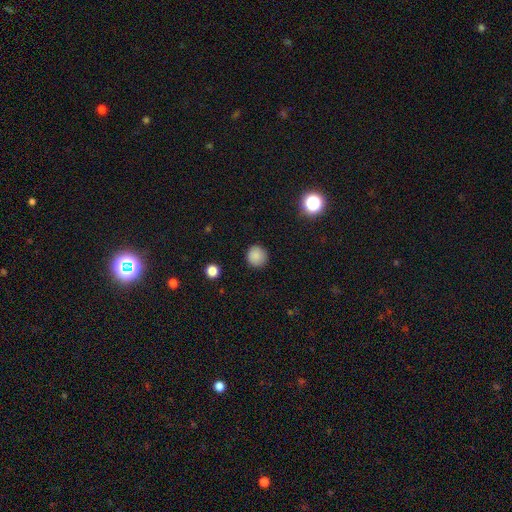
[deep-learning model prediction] This is clearly a smooth galaxy (86%). How rounded: clearly round (94%). Merging: clearly none (90%).